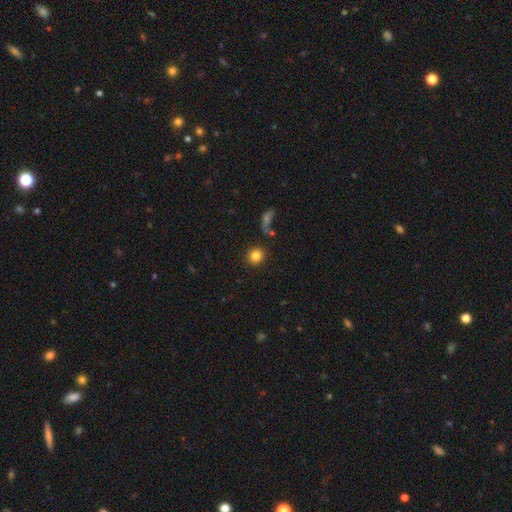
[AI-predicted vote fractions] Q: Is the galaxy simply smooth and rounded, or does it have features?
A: smooth — 83%.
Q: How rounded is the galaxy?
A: round — 86%.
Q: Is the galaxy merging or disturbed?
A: none — 85%.